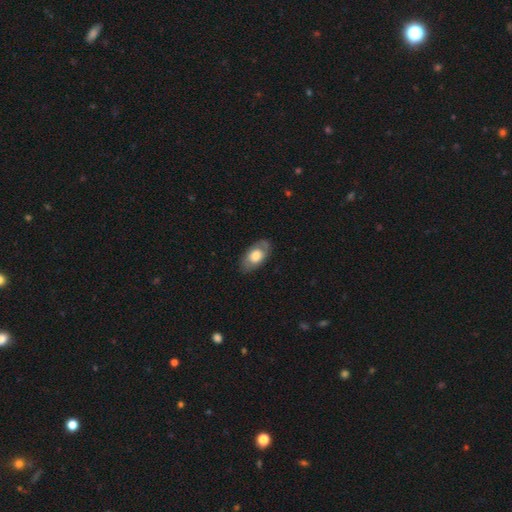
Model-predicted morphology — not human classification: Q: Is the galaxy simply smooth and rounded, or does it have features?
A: smooth — 58%.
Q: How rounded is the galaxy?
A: in between — 92%.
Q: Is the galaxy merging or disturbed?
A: none — 78%.